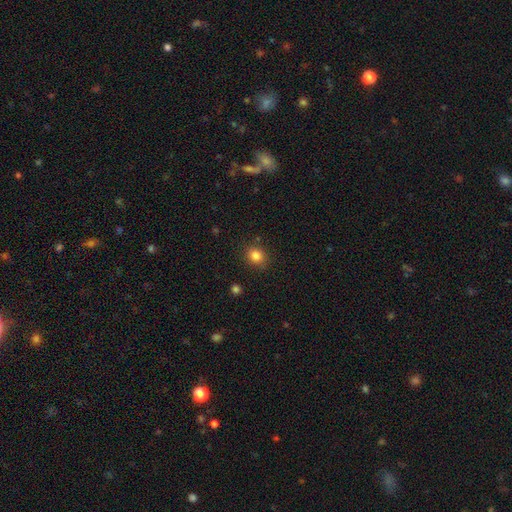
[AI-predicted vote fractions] smooth_or_featured: smooth (p=0.83) [alt: star or artifact p=0.12]
how_rounded: round (p=0.72) [alt: in between p=0.27]
merging: none (p=0.84) [alt: minor disturbance p=0.10]